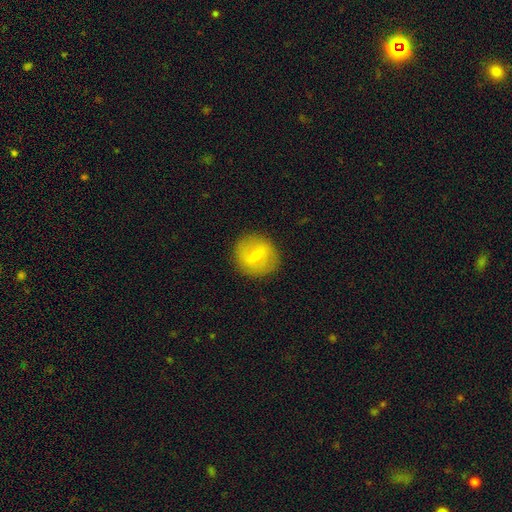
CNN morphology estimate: A smooth galaxy with no disk features (50%) that is round (87%). Merging: none (86%).